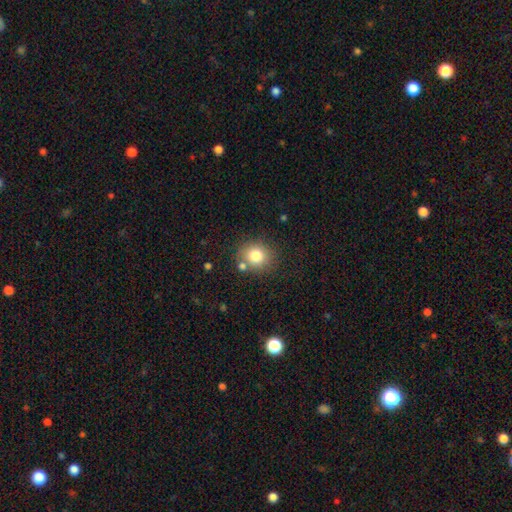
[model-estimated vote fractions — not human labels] Morphology: type=smooth (79%); roundness=round (79%); merging=none (74%).